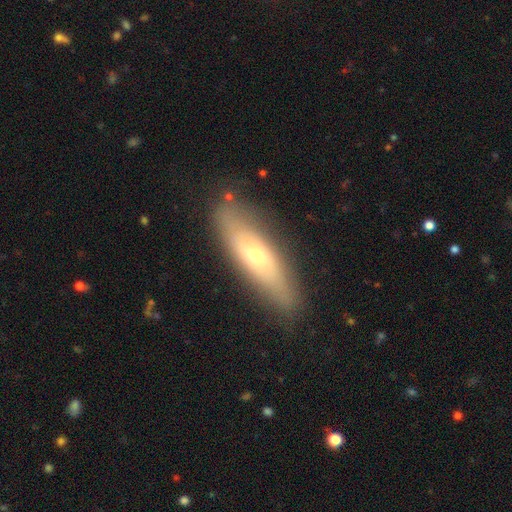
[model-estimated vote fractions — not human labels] smooth 49%, featured or disk 44%, star or artifact 7%. Down the decision tree: merging — none (81%).